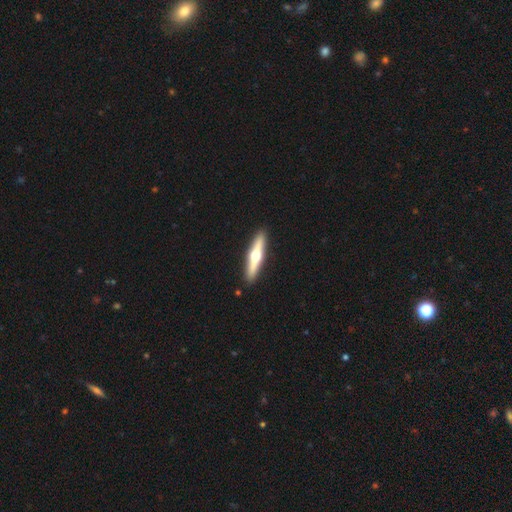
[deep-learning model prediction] This is likely a featured or disk galaxy (62%). It is clearly viewed edge-on (95%). Edge-on bulge: clearly rounded (95%). Merging: clearly none (92%).